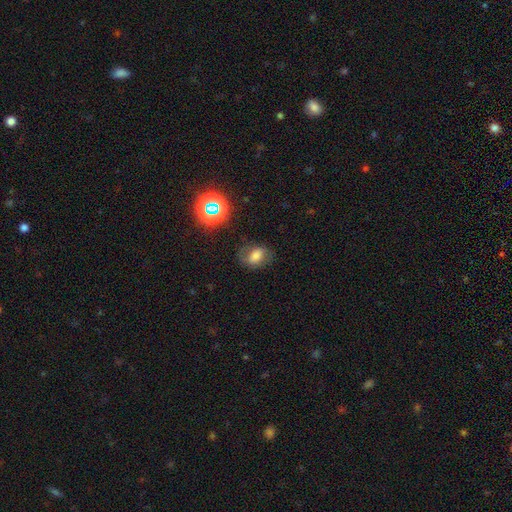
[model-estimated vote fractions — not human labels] A smooth galaxy with no disk features (58%) that is in between round and cigar-shaped (70%). Merging: none (66%).